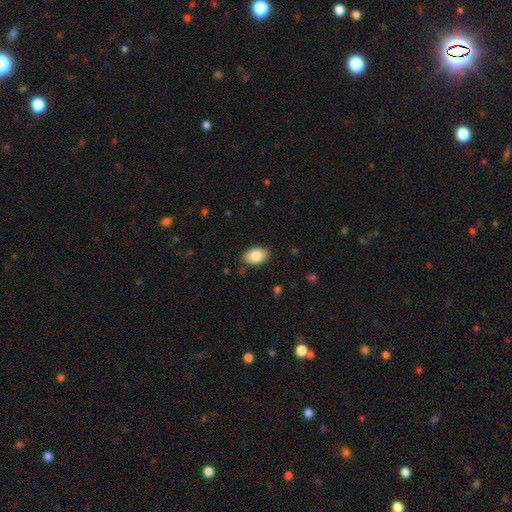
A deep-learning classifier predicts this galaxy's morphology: Smooth or featured: smooth — 83% (featured or disk — 10%)
How rounded: in between — 89% (round — 10%)
Merging: none — 86% (minor disturbance — 11%)